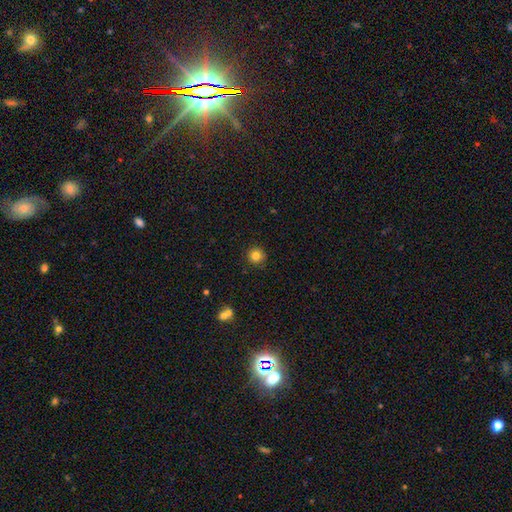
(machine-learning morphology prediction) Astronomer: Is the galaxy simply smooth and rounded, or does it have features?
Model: smooth — 82%.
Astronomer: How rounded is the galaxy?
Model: round — 94%.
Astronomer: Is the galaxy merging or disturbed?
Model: none — 90%.